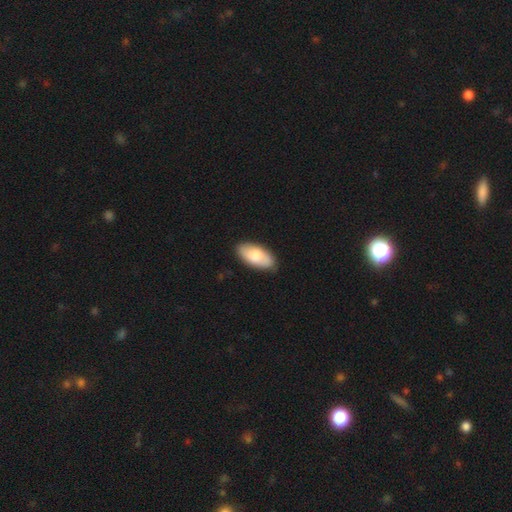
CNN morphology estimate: Smooth or featured? Predicted: smooth (p=0.76). How rounded? Predicted: in between (p=0.93). Merging? Predicted: none (p=0.86).